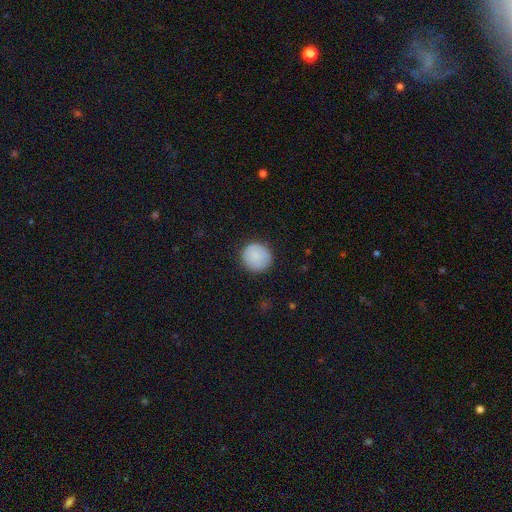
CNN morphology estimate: type=smooth (87%); roundness=round (94%); merging=none (88%).